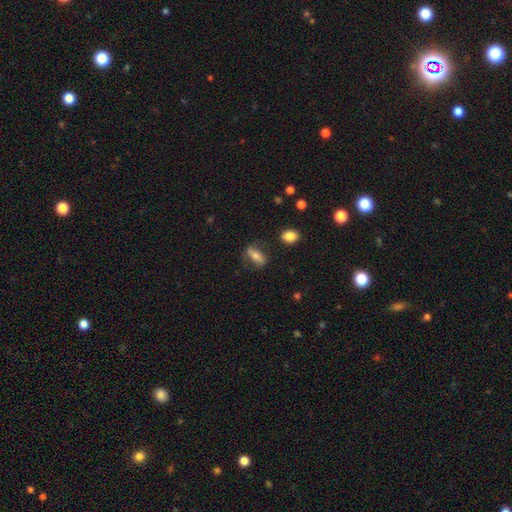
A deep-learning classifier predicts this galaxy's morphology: Overall: smooth (54%; featured or disk 37%). How rounded: in between (65%; cigar-shaped 27%). Merging: none (71%).